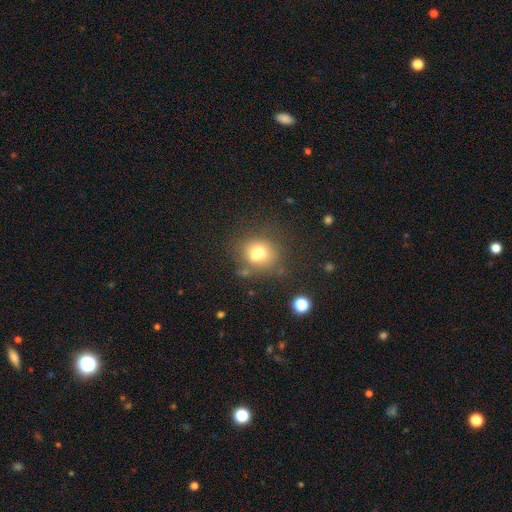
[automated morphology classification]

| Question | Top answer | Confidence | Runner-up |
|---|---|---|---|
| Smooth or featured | smooth | 69% | featured or disk (18%) |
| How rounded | round | 68% | in between (31%) |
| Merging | none | 51% | merger (26%) |